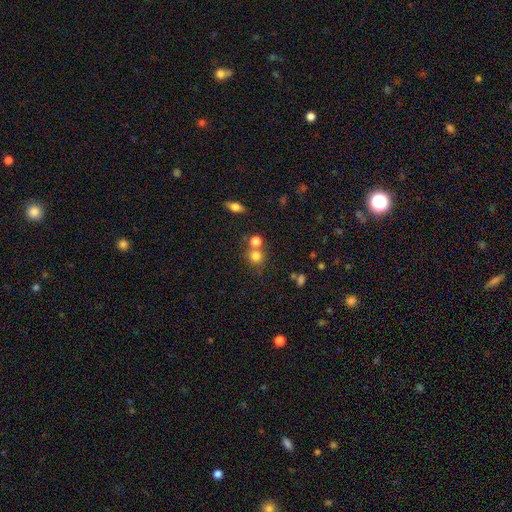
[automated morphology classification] This is likely a smooth galaxy (77%). How rounded: clearly round (85%). Merging: possibly none (58%).